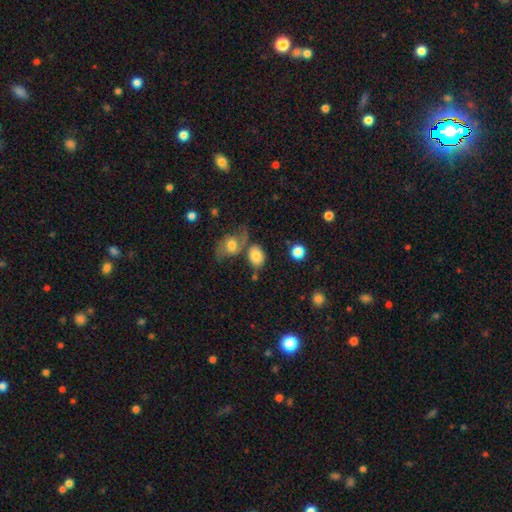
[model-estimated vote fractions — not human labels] smooth_or_featured: smooth (p=0.79) [alt: featured or disk p=0.12]
how_rounded: in between (p=0.64) [alt: round p=0.34]
merging: none (p=0.49) [alt: merger p=0.26]